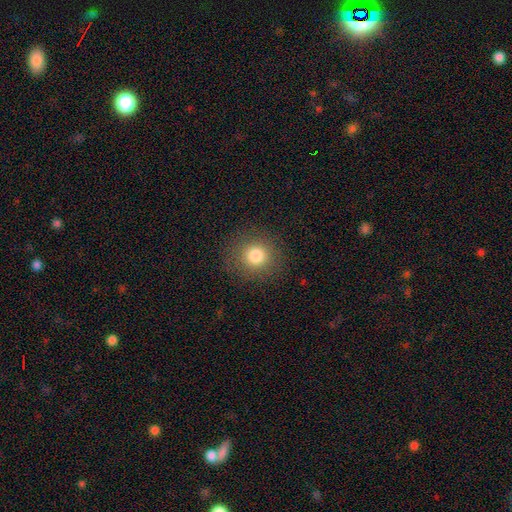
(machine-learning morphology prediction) A smooth galaxy with no disk features (81%) that is round (91%).

Vote fractions:
- Smooth or featured? smooth: 81% / star or artifact: 12% / featured or disk: 7%
- How rounded? round: 91% / in between: 8% / cigar-shaped: 1%
- Merging? none: 89% / minor disturbance: 7% / major disturbance: 3% / merger: 1%